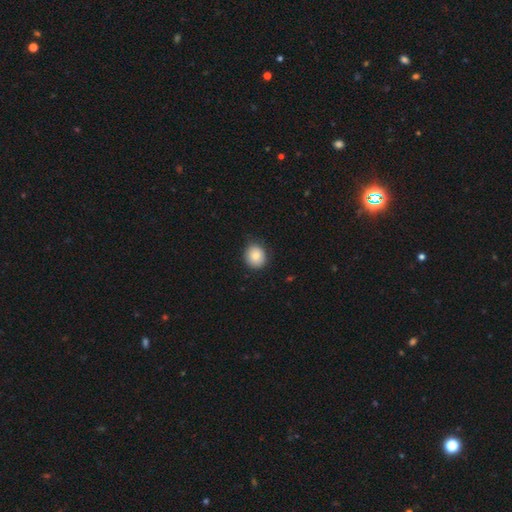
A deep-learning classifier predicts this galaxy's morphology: Overall: smooth (83%). How rounded: round (85%). Merging: none (80%).